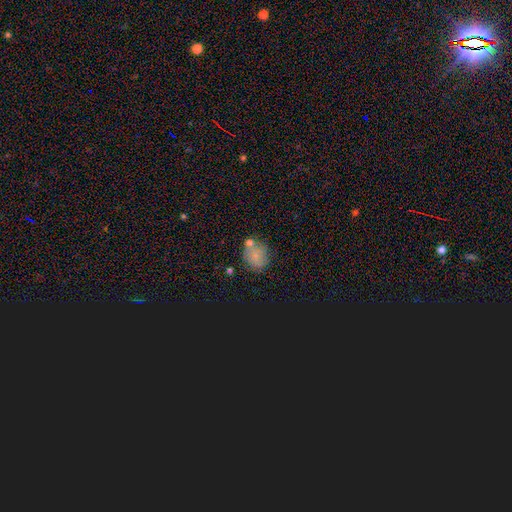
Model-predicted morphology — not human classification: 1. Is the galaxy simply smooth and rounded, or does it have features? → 72% smooth, 16% star or artifact, 12% featured or disk.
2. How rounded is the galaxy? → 71% round, 28% in between, 1% cigar-shaped.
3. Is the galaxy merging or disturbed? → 64% none, 16% minor disturbance, 14% merger, 6% major disturbance.